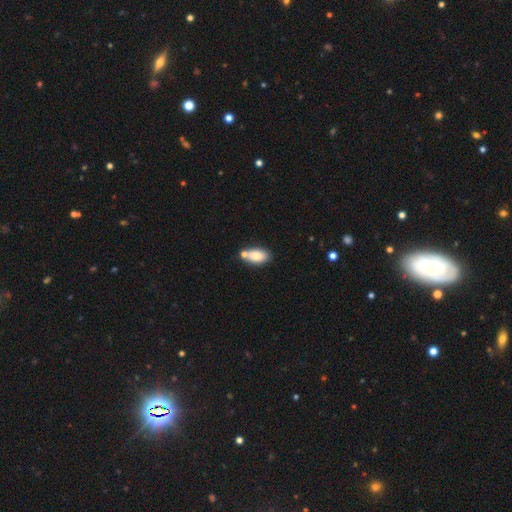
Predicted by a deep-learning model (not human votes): Morphology: type=smooth (81%); roundness=in between (91%); merging=none (56%).